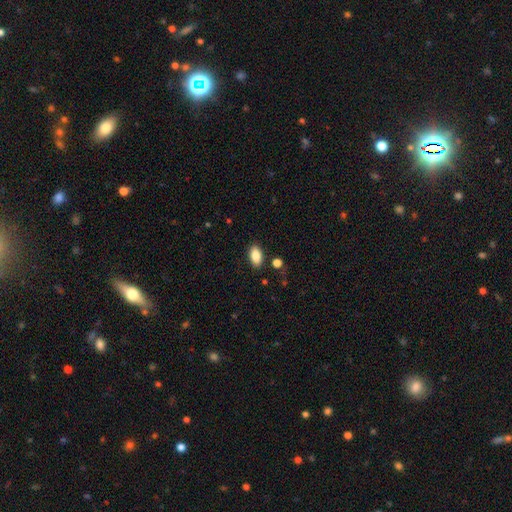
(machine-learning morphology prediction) The model was most divided on "merging": none: 86%, minor disturbance: 9%, major disturbance: 2%, merger: 2%. More confident: how rounded — in between (92%); smooth or featured — smooth (86%).